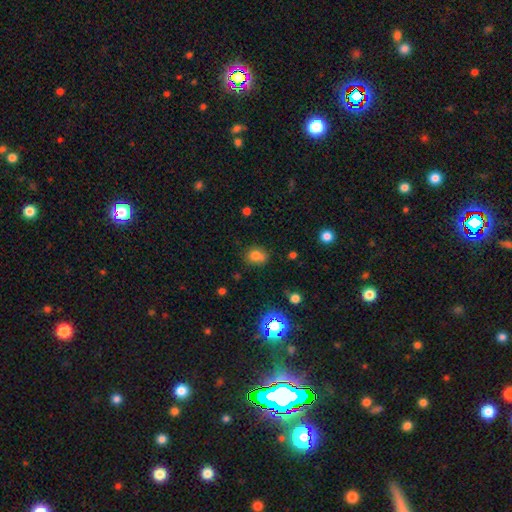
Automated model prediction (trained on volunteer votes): smooth 75%, star or artifact 17%, featured or disk 8%. Down the decision tree: how rounded — round (54%); merging — none (70%).